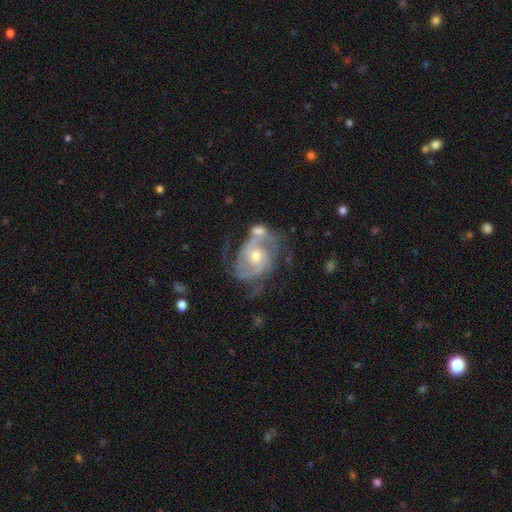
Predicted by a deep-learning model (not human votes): The model was most divided on "spiral winding": tight: 45%, medium: 43%, loose: 12%. Remaining: edge-on disk — no (97%); spiral arms — yes (95%); smooth or featured — featured or disk (86%); bar — no (64%); spiral arm count — 2 (59%); bulge size — moderate (58%); merging — none (47%).